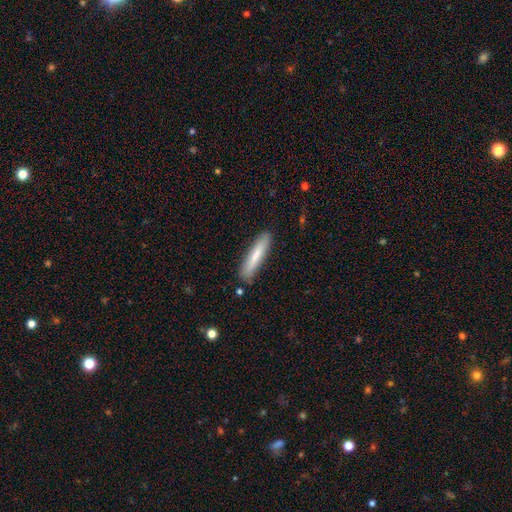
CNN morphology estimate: This appears to be a smooth galaxy with no disk features (73%) that is cigar-shaped (87%). Merging: none (86%).